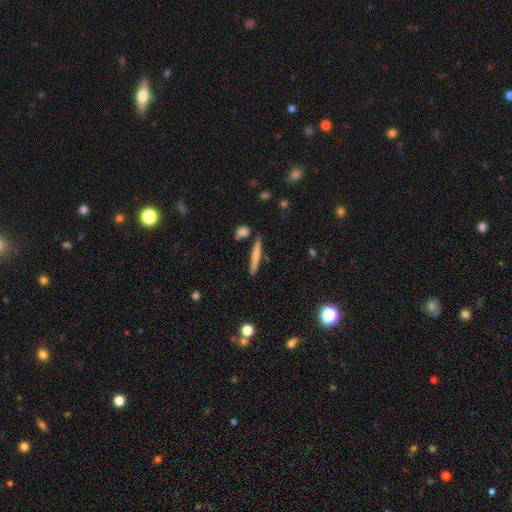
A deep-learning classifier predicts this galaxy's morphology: Overall: smooth (67%). How rounded: cigar-shaped (94%). Merging: none (84%).